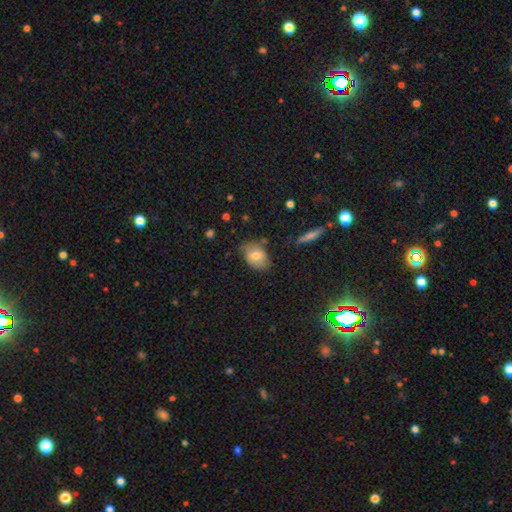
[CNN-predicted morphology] Smooth or featured?
  - smooth: 74% *
  - featured or disk: 18%
  - star or artifact: 8%
How rounded?
  - in between: 80% *
  - round: 18%
  - cigar-shaped: 1%
Merging?
  - none: 68% *
  - minor disturbance: 24%
  - major disturbance: 5%
  - merger: 3%